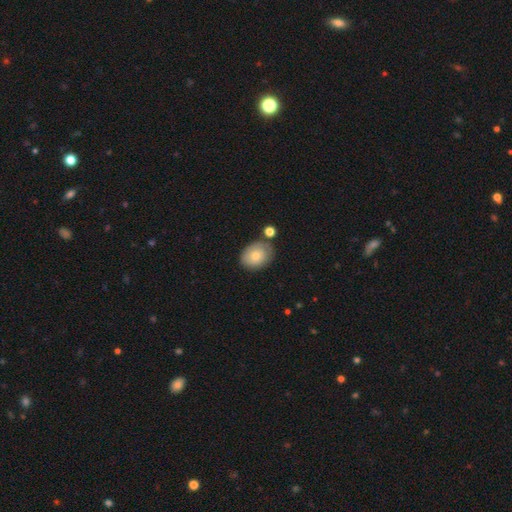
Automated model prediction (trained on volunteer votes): Smooth or featured? Predicted: smooth (p=0.72). How rounded? Predicted: in between (p=0.61). Merging? Predicted: none (p=0.69).